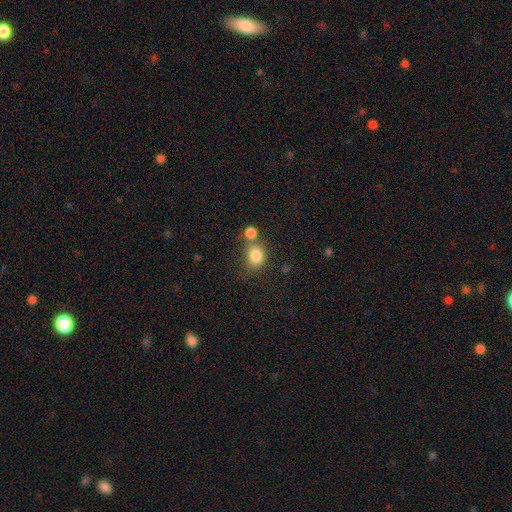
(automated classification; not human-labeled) Smooth or featured? smooth (83%)
How rounded? round (55%)
Merging? none (51%)